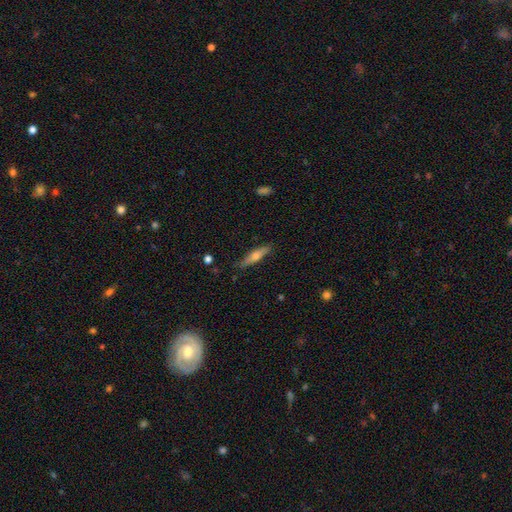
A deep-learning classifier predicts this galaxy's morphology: Smooth or featured? featured or disk (51%)
Edge-on disk? yes (94%)
Merging? none (86%)